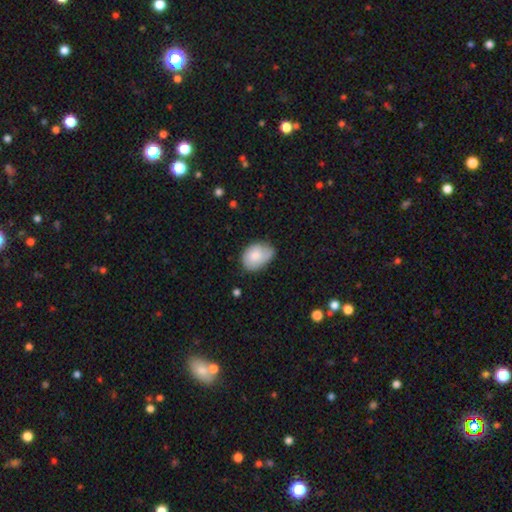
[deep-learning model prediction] smooth_or_featured: smooth (p=0.79) [alt: featured or disk p=0.15]
how_rounded: in between (p=0.77) [alt: round p=0.22]
merging: none (p=0.52) [alt: minor disturbance p=0.37]